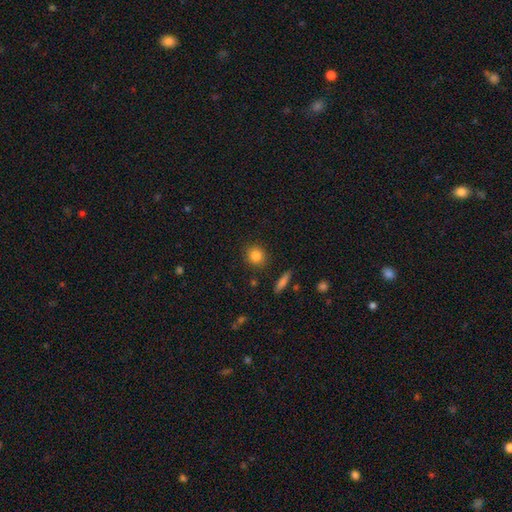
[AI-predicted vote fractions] Smooth or featured? smooth (83%)
How rounded? round (86%)
Merging? none (89%)